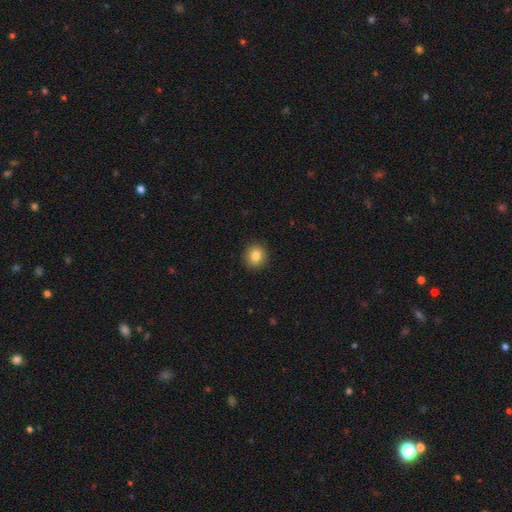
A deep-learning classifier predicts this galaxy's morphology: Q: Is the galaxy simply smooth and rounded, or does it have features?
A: smooth — 84%.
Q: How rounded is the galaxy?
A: round — 88%.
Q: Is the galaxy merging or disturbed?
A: none — 92%.